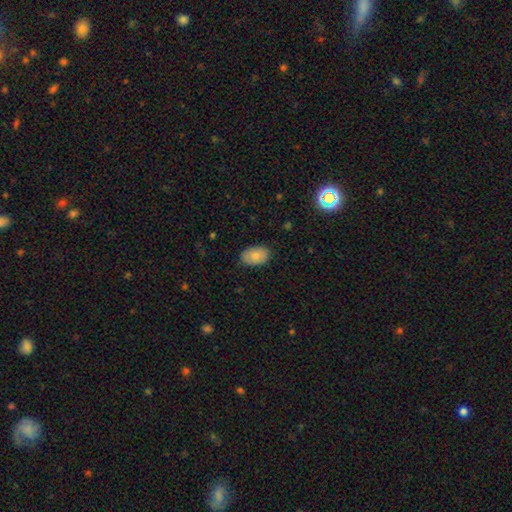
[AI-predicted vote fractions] Smooth or featured: smooth — 81% (featured or disk — 11%)
How rounded: in between — 89% (round — 10%)
Merging: none — 84% (minor disturbance — 13%)